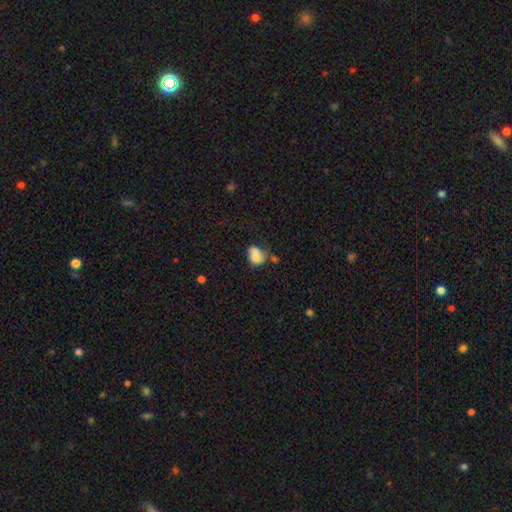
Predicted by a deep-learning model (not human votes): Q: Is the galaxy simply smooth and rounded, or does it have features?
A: smooth — 69%.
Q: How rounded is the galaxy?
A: in between — 60%.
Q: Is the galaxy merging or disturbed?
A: merger — 51%.